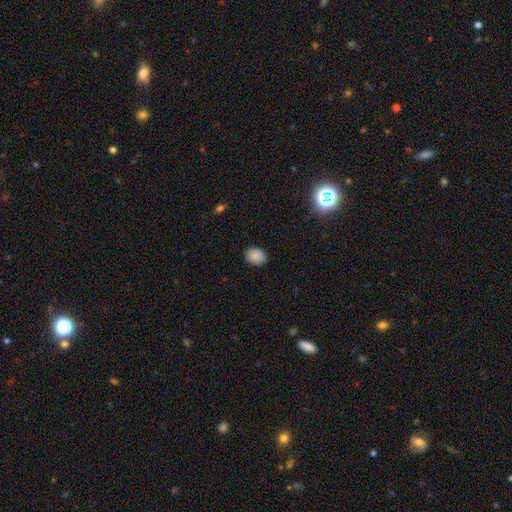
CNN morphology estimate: smooth 87%, star or artifact 8%, featured or disk 5%. Down the decision tree: how rounded — in between (59%); merging — none (88%).